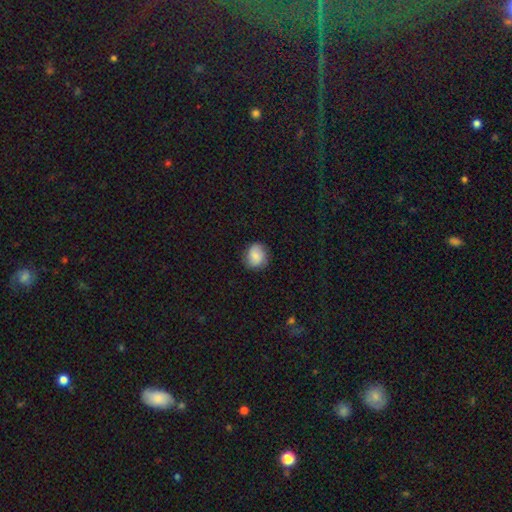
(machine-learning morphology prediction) Smooth or featured: smooth — 77% (featured or disk — 15%)
How rounded: round — 75% (in between — 24%)
Merging: none — 80% (minor disturbance — 15%)